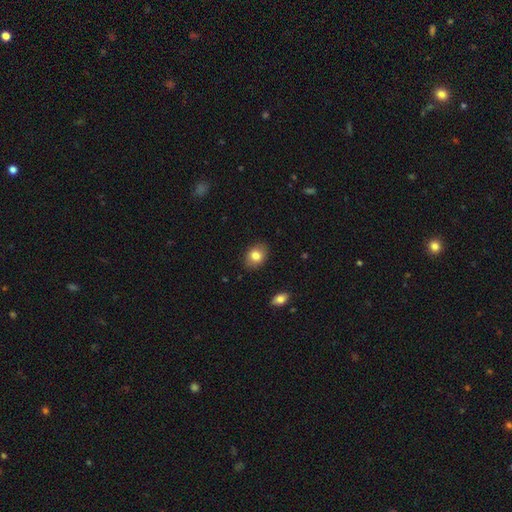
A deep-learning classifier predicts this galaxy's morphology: Smooth or featured? Predicted: smooth (p=0.82). How rounded? Predicted: in between (p=0.68). Merging? Predicted: none (p=0.86).